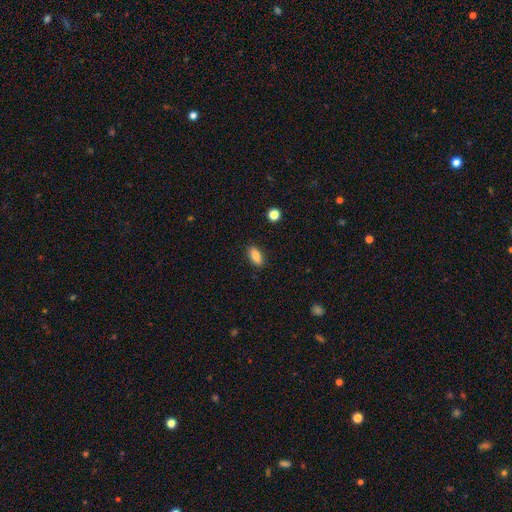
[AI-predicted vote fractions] Overall: smooth (85%). How rounded: in between (87%). Merging: none (88%).